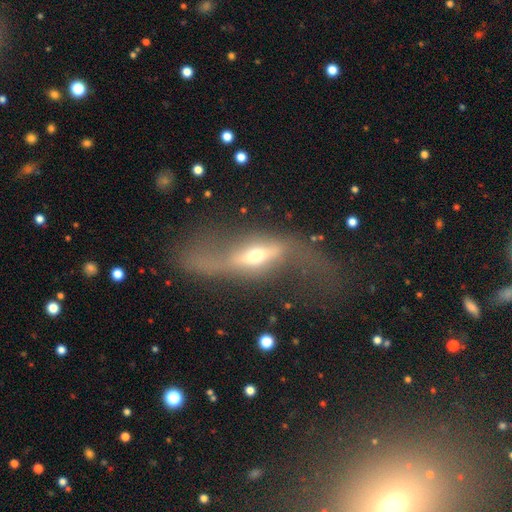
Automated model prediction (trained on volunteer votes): smooth_or_featured: featured or disk (p=0.74) [alt: smooth p=0.19]
disk_edge_on: no (p=0.60) [alt: yes p=0.40]
merging: major disturbance (p=0.42) [alt: none p=0.36]